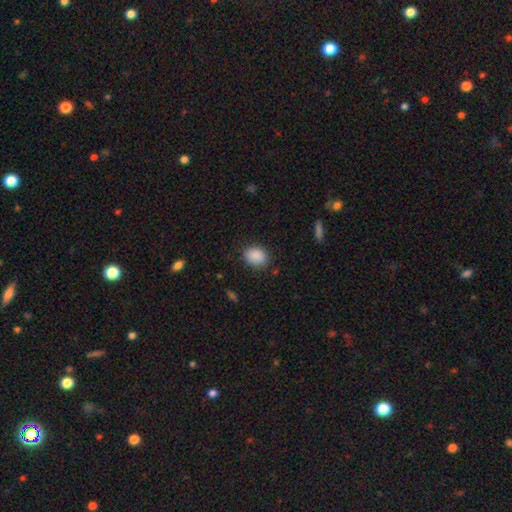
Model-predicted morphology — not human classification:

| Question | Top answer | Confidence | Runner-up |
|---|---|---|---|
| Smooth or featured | smooth | 89% | star or artifact (8%) |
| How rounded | in between | 62% | round (37%) |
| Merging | none | 85% | minor disturbance (11%) |